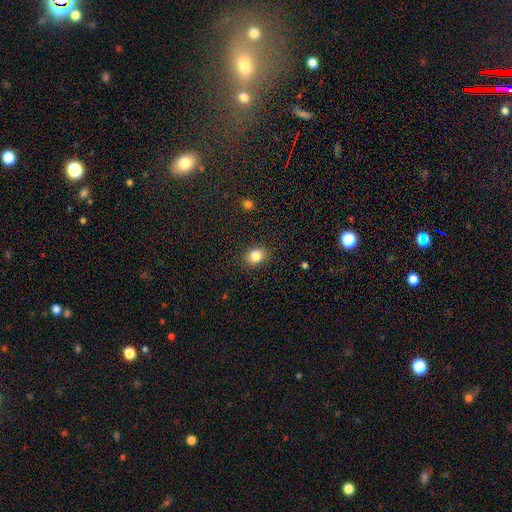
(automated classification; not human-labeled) Smooth or featured: smooth — 84% (star or artifact — 10%)
How rounded: round — 51% (in between — 48%)
Merging: none — 87% (minor disturbance — 9%)